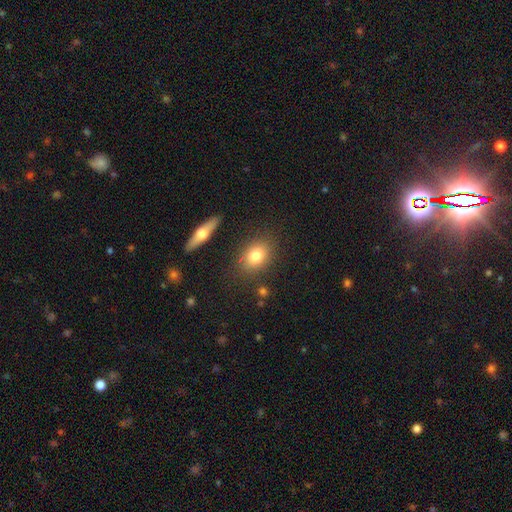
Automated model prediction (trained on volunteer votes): smooth 77%, featured or disk 13%, star or artifact 9%. Down the decision tree: how rounded — in between (62%); merging — none (82%).